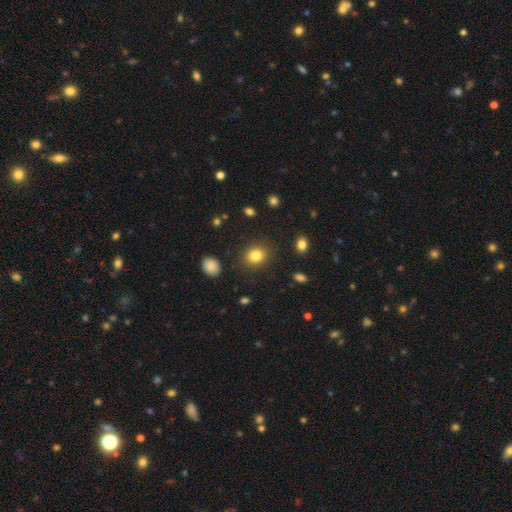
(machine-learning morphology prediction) Q: Smooth or featured?
A: smooth (82%); runner-up: star or artifact (11%)
Q: How rounded?
A: round (65%); runner-up: in between (34%)
Q: Merging?
A: none (87%); runner-up: minor disturbance (8%)